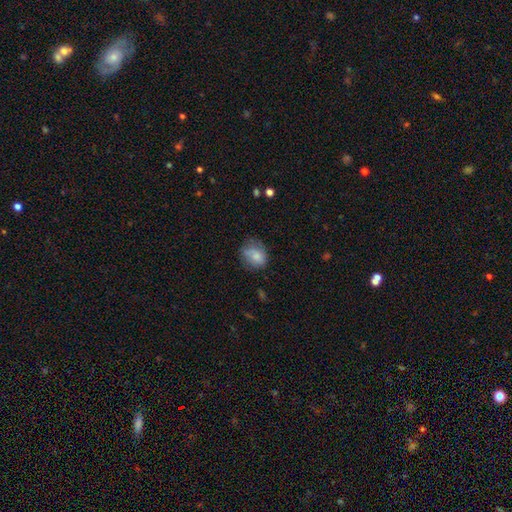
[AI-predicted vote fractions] smooth_or_featured: smooth (p=0.72) [alt: featured or disk p=0.19]
how_rounded: in between (p=0.53) [alt: round p=0.46]
merging: none (p=0.50) [alt: minor disturbance p=0.31]